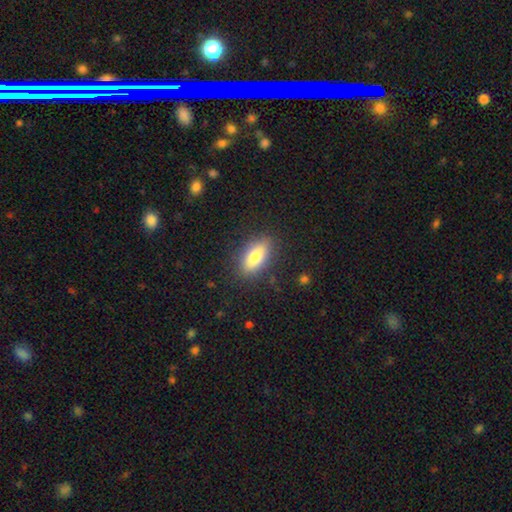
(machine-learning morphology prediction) smooth_or_featured: smooth (p=0.76) [alt: featured or disk p=0.17]
how_rounded: in between (p=0.77) [alt: cigar-shaped p=0.20]
merging: none (p=0.86) [alt: minor disturbance p=0.10]